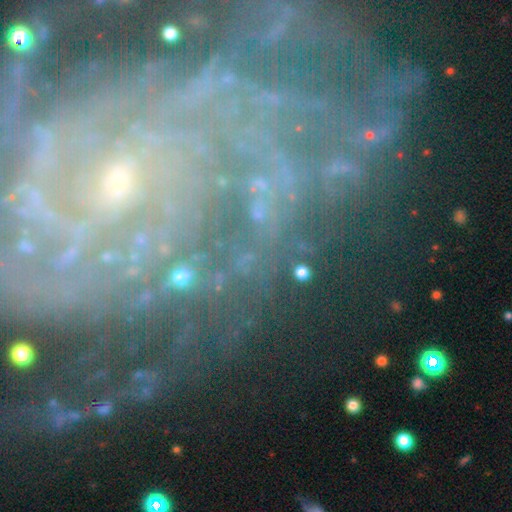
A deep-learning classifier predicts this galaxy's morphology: The model was most divided on "spiral arm count": can't tell: 25%, more than 4: 20%, 4: 16%, 3: 15%, 2: 14%, 1: 10%. More confident: edge-on disk — no (97%); spiral arms — yes (95%); smooth or featured — featured or disk (82%); bulge size — small (77%); spiral winding — tight (69%); merging — none (67%); bar — no (57%).